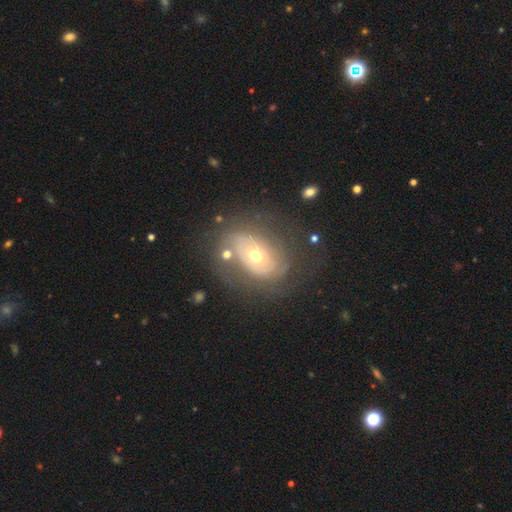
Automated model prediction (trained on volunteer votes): The model was most divided on "spiral arms": yes: 61%, no: 39%. More confident: edge-on disk — no (95%); bar — no (79%); smooth or featured — featured or disk (70%); bulge size — moderate (69%); merging — none (62%).